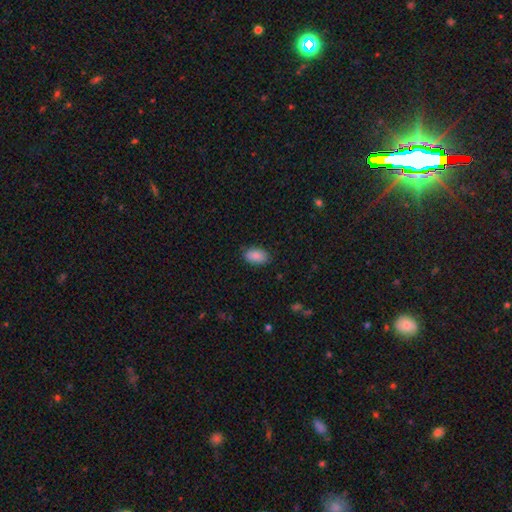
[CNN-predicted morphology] type=smooth (89%); roundness=in between (93%); merging=none (83%).